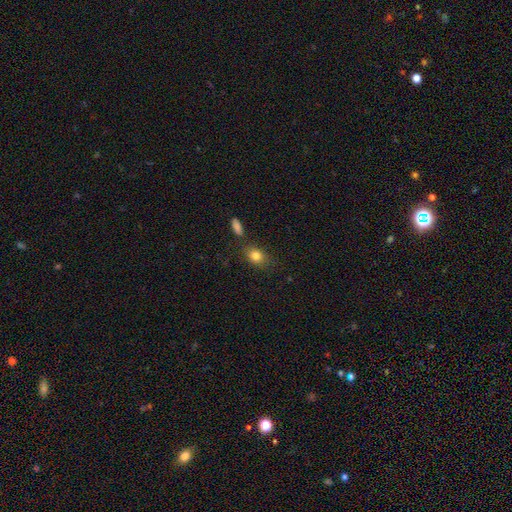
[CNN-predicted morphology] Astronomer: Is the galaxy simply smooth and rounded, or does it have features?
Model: smooth — 81%.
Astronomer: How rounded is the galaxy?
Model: in between — 65%.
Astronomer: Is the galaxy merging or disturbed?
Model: none — 75%.